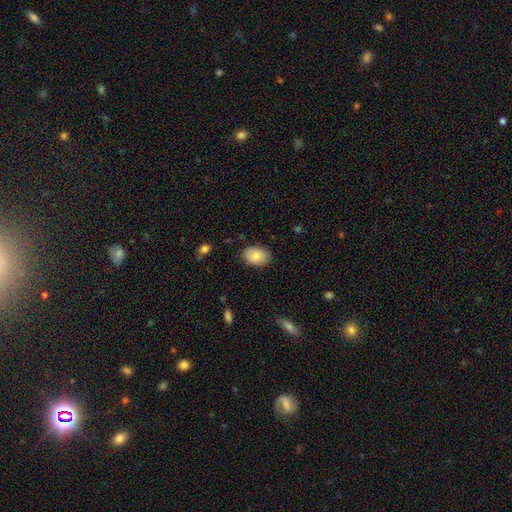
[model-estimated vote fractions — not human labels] Smooth or featured: smooth — 84% (featured or disk — 10%)
How rounded: in between — 85% (round — 14%)
Merging: none — 84% (minor disturbance — 12%)